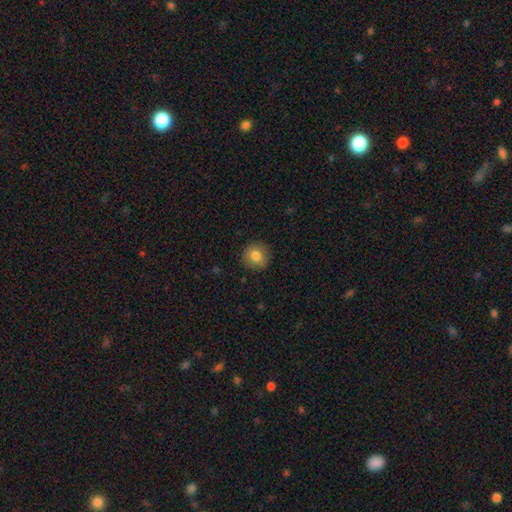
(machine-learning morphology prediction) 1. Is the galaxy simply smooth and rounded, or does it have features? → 82% smooth, 9% featured or disk, 9% star or artifact.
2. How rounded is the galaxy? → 91% round, 8% in between, 1% cigar-shaped.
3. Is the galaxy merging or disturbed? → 89% none, 8% minor disturbance, 2% major disturbance, 1% merger.